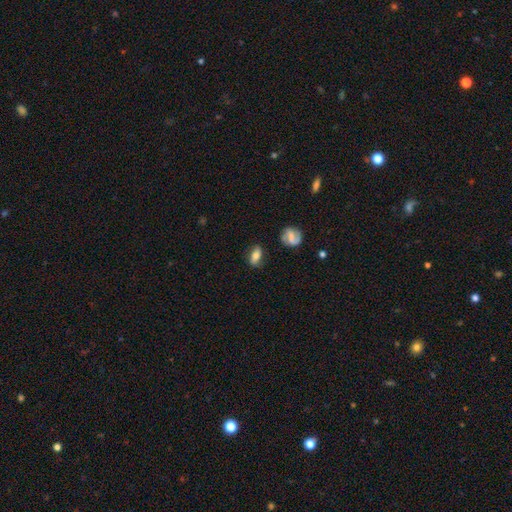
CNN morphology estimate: smooth_or_featured: smooth (p=0.67) [alt: featured or disk p=0.25]
how_rounded: in between (p=0.82) [alt: cigar-shaped p=0.10]
merging: none (p=0.75) [alt: minor disturbance p=0.17]